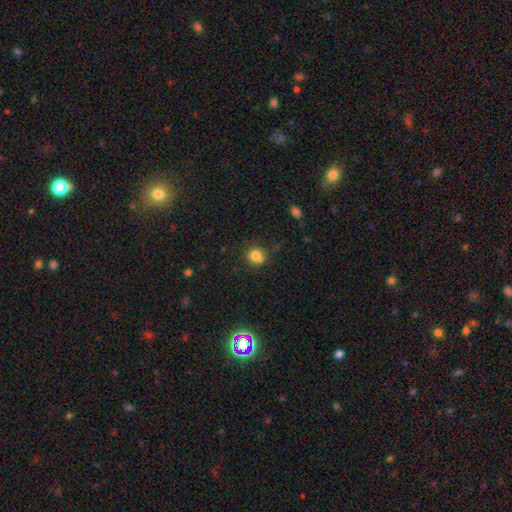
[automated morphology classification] Overall: smooth (76%). How rounded: round (78%). Merging: none (45%; merger 35%).